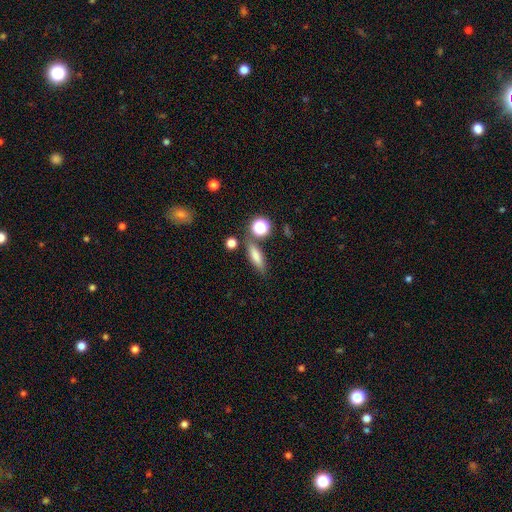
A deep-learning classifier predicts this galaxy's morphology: smooth 76%, featured or disk 14%, star or artifact 10%. Down the decision tree: how rounded — cigar-shaped (49%); merging — none (72%).